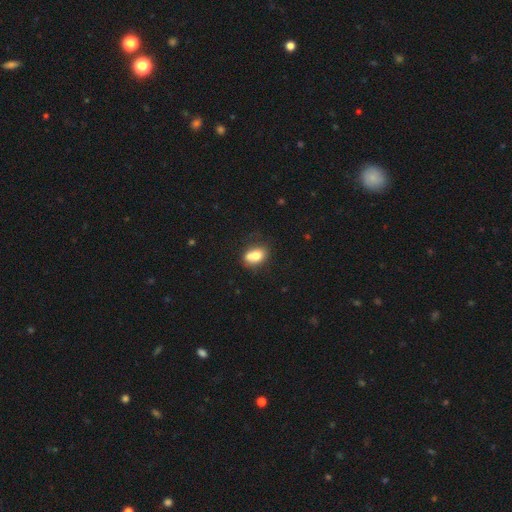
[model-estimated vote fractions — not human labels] Smooth or featured?
  - smooth: 74% *
  - featured or disk: 17%
  - star or artifact: 9%
How rounded?
  - in between: 71% *
  - round: 27%
  - cigar-shaped: 2%
Merging?
  - none: 47% *
  - merger: 27%
  - minor disturbance: 20%
  - major disturbance: 6%